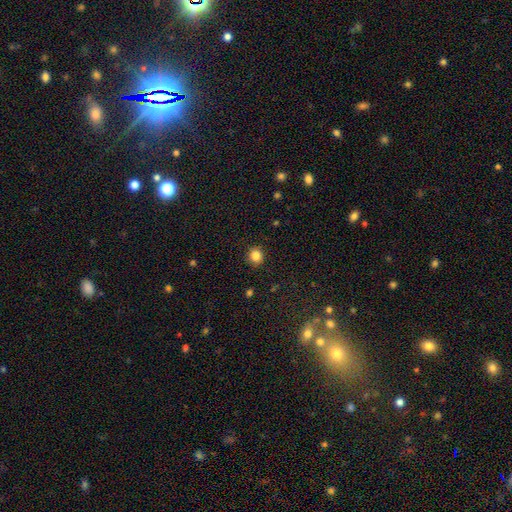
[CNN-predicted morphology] smooth_or_featured: smooth (p=0.85) [alt: star or artifact p=0.11]
how_rounded: round (p=0.84) [alt: in between p=0.15]
merging: none (p=0.89) [alt: minor disturbance p=0.07]